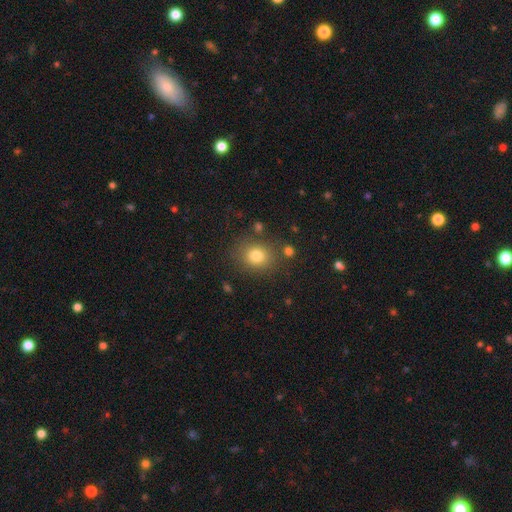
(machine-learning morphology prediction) Overall: smooth (79%). How rounded: round (67%; in between 32%). Merging: none (81%).